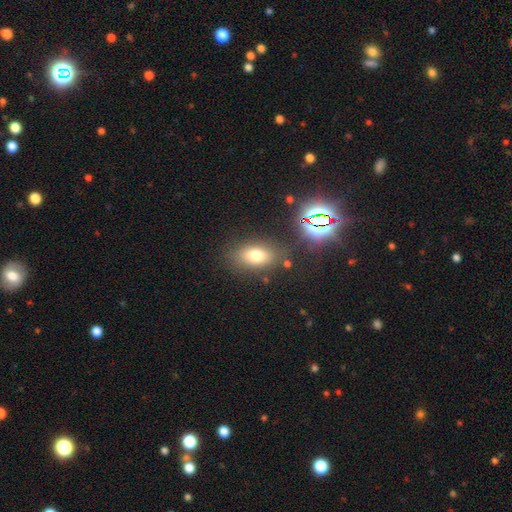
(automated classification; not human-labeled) Q: Smooth or featured?
A: smooth (72%); runner-up: star or artifact (15%)
Q: How rounded?
A: in between (80%); runner-up: round (16%)
Q: Merging?
A: none (77%); runner-up: minor disturbance (13%)